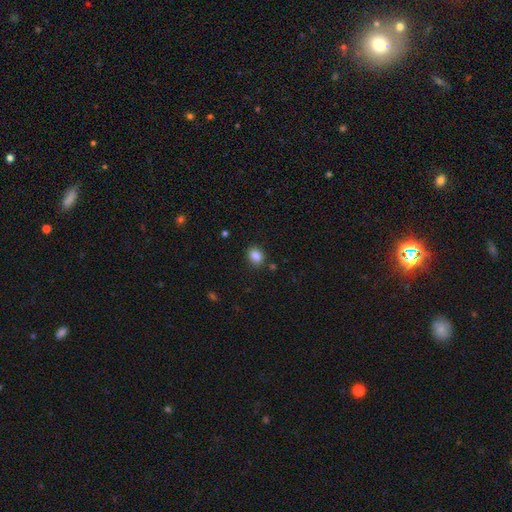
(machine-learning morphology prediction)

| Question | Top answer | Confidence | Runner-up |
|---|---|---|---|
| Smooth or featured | smooth | 86% | star or artifact (10%) |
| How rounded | round | 51% | in between (48%) |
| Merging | none | 85% | minor disturbance (9%) |